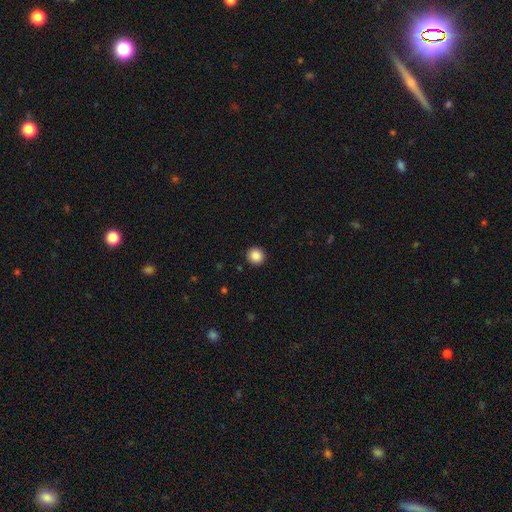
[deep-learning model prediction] Q: Smooth or featured?
A: smooth (87%); runner-up: star or artifact (9%)
Q: How rounded?
A: round (93%); runner-up: in between (6%)
Q: Merging?
A: none (92%); runner-up: minor disturbance (5%)